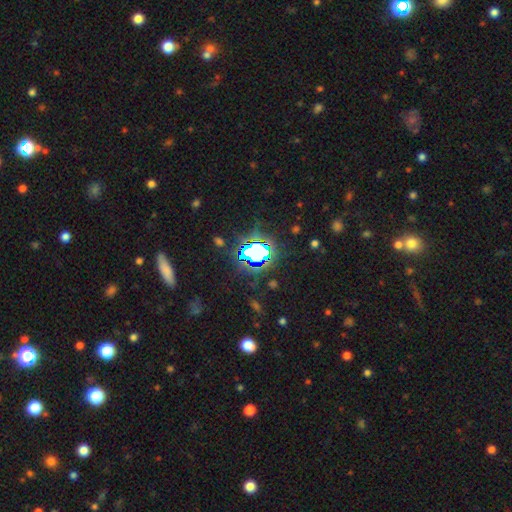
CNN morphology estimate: A star or artifact, not a galaxy (71%).